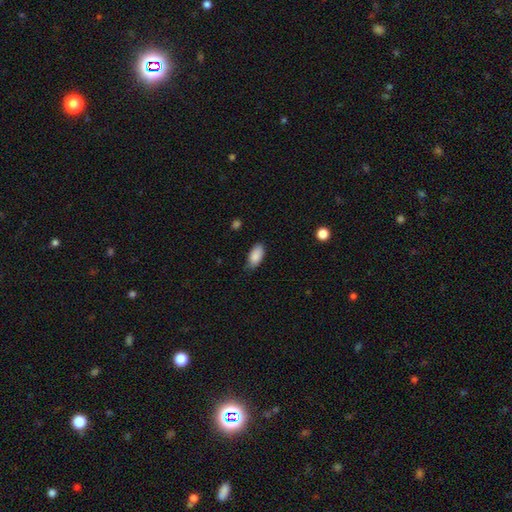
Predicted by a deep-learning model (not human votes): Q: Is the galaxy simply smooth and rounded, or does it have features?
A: smooth — 88%.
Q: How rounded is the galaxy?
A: in between — 92%.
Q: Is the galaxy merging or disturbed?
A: none — 70%.